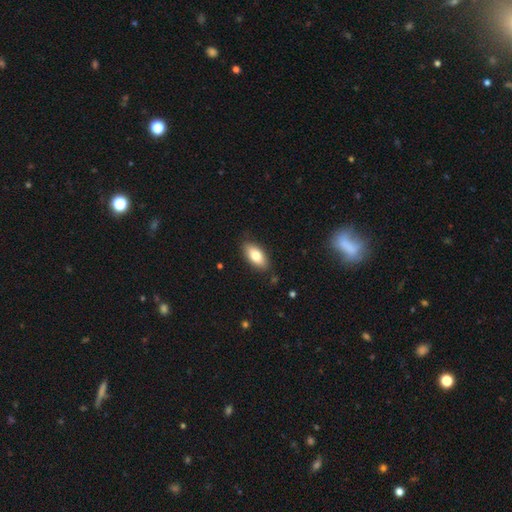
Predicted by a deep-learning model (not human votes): Smooth or featured? Predicted: smooth (p=0.79). How rounded? Predicted: in between (p=0.90). Merging? Predicted: none (p=0.86).